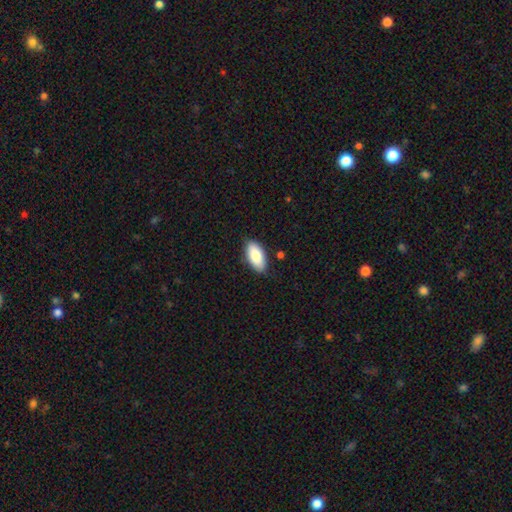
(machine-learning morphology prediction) type=smooth (86%); roundness=in between (93%); merging=none (82%).